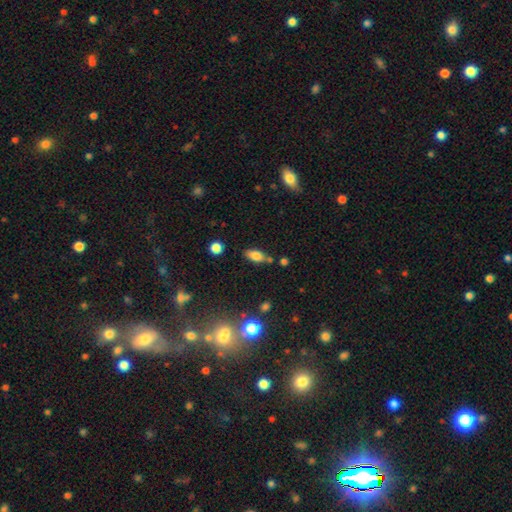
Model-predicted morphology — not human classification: Smooth or featured? Predicted: smooth (p=0.78). How rounded? Predicted: in between (p=0.85). Merging? Predicted: none (p=0.71).